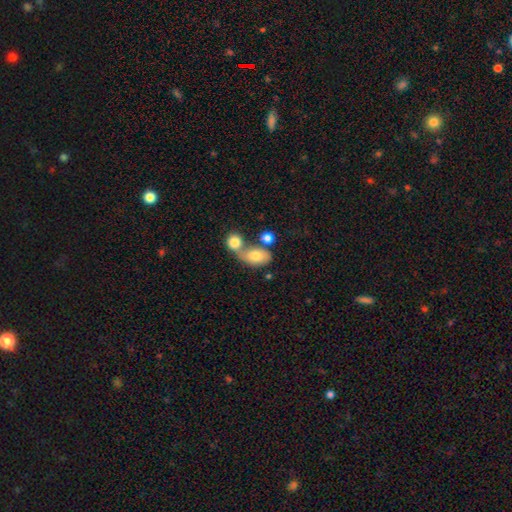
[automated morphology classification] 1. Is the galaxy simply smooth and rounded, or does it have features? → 76% smooth, 16% featured or disk, 8% star or artifact.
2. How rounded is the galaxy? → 81% in between, 17% round, 2% cigar-shaped.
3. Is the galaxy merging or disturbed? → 54% merger, 29% none, 11% minor disturbance, 6% major disturbance.